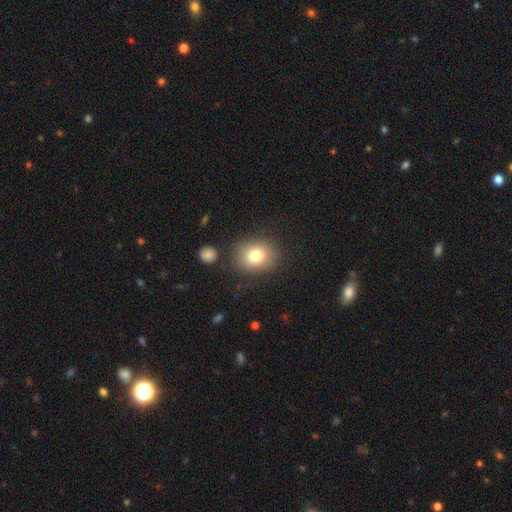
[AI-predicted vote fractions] This is likely a smooth galaxy (79%). How rounded: possibly round (57%). Merging: clearly none (83%).